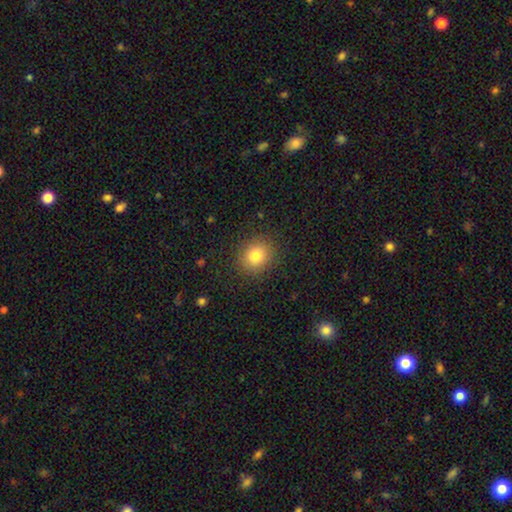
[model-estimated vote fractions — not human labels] Smooth or featured? Predicted: smooth (p=0.81). How rounded? Predicted: round (p=0.75). Merging? Predicted: none (p=0.87).